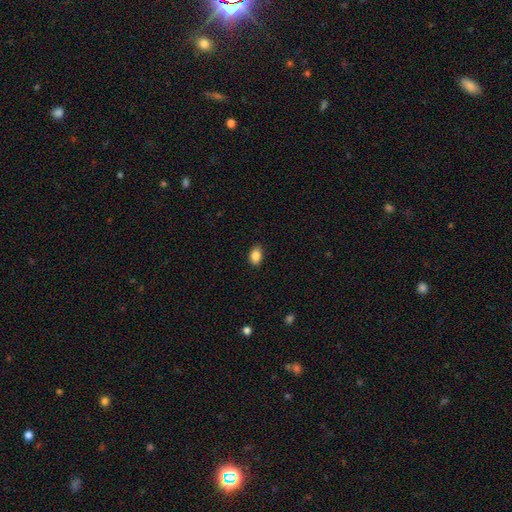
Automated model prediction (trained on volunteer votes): Overall: smooth (86%). How rounded: in between (81%). Merging: none (87%).